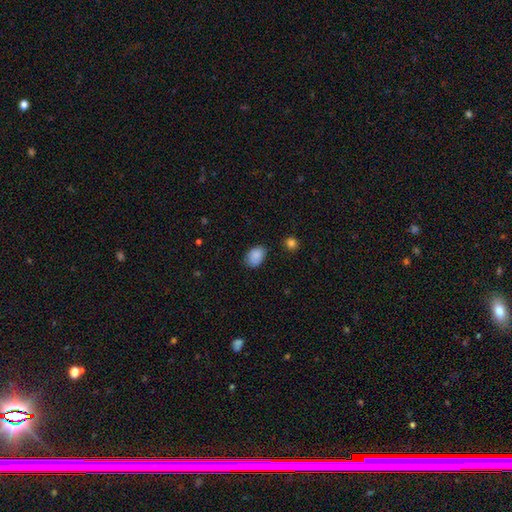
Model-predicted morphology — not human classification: The model was most divided on "merging": none: 73%, minor disturbance: 21%, major disturbance: 4%, merger: 2%. More confident: smooth or featured — smooth (86%); how rounded — in between (76%).